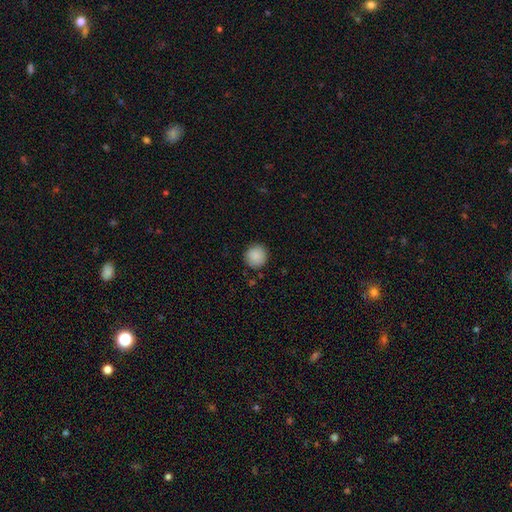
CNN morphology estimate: Smooth or featured? Predicted: smooth (p=0.89). How rounded? Predicted: round (p=0.94). Merging? Predicted: none (p=0.89).